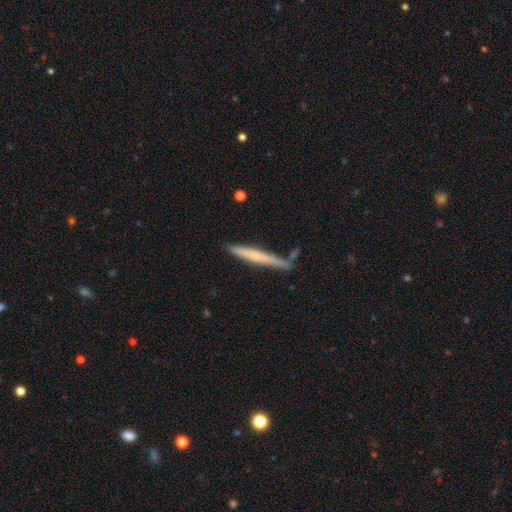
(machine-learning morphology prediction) This appears to be a smooth galaxy with no disk features (57%) that is cigar-shaped (96%). Merging: none (80%).